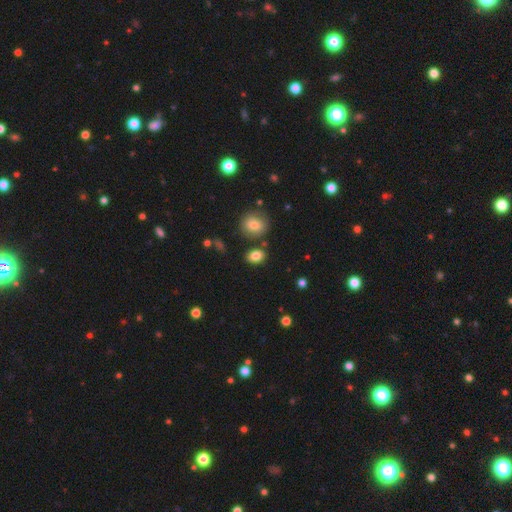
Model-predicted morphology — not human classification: This is clearly a smooth galaxy (82%). How rounded: likely in between (66%). Merging: likely none (79%).